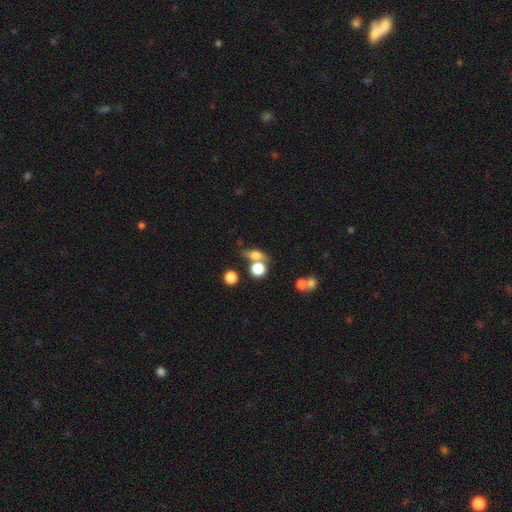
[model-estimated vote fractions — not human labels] Overall: smooth (65%). How rounded: in between (44%; round 41%). Merging: none (53%; merger 27%).